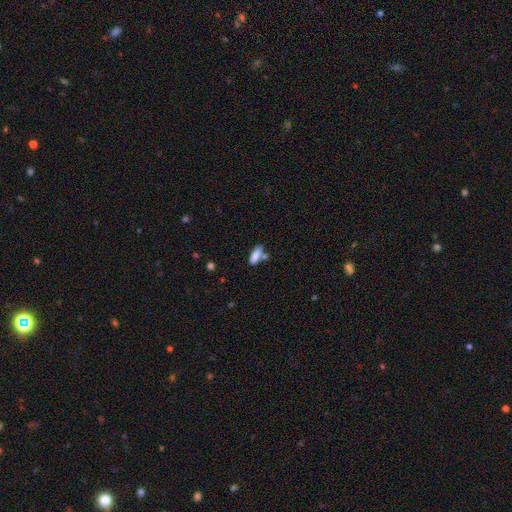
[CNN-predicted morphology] type=smooth (83%); roundness=in between (64%); merging=none (55%).